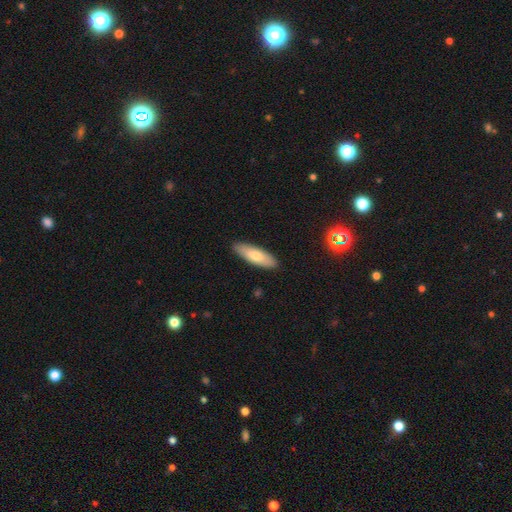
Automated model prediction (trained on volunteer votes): Smooth or featured? Predicted: smooth (p=0.70). How rounded? Predicted: in between (p=0.49, tied with cigar-shaped). Merging? Predicted: none (p=0.89).